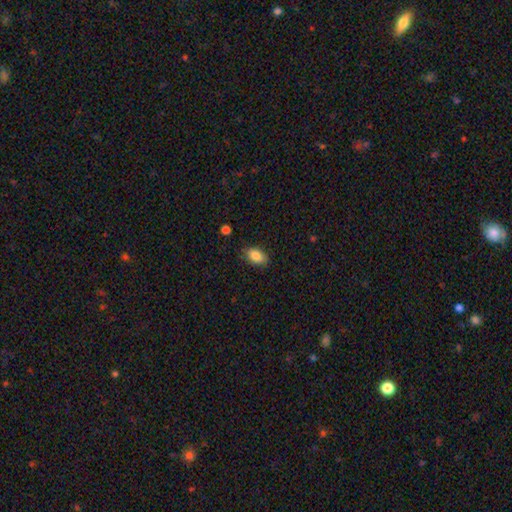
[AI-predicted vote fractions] Smooth or featured? smooth (85%)
How rounded? in between (89%)
Merging? none (82%)